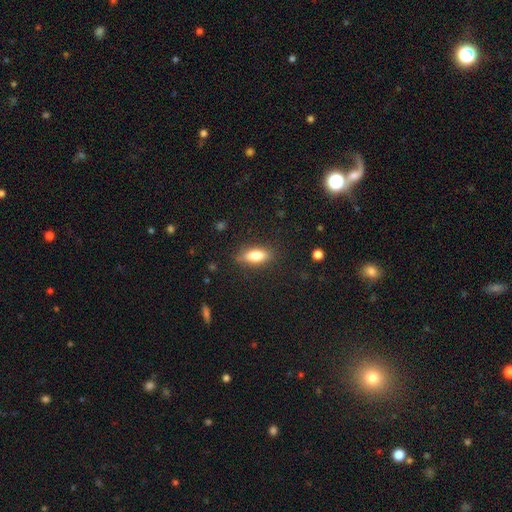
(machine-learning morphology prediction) Smooth or featured? smooth (78%)
How rounded? in between (75%)
Merging? none (84%)